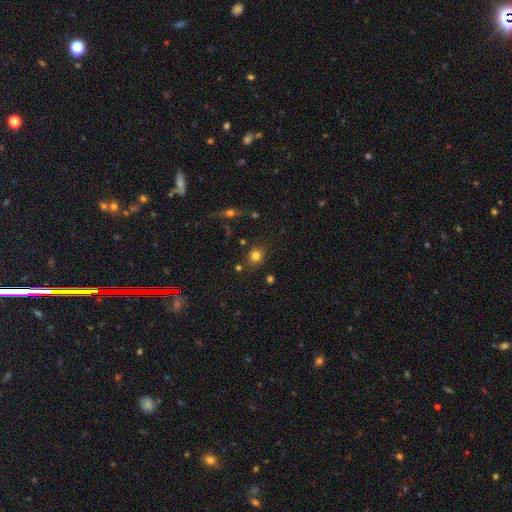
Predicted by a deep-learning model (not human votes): This is likely a smooth galaxy (79%). How rounded: likely round (71%). Merging: clearly none (81%).